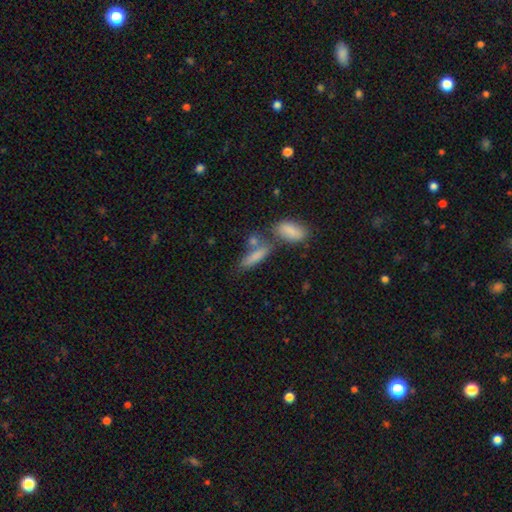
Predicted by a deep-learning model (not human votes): A smooth galaxy with no disk features (79%) that is cigar-shaped (52%). Merging: none (51%).